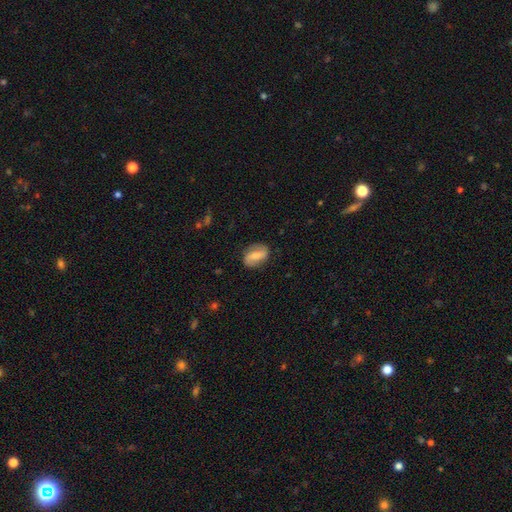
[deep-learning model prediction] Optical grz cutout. It shows a featured or disk galaxy (55%) with a weak bar (39%), spiral arms (86%) and a small central bulge (41%). Merging: none (81%).